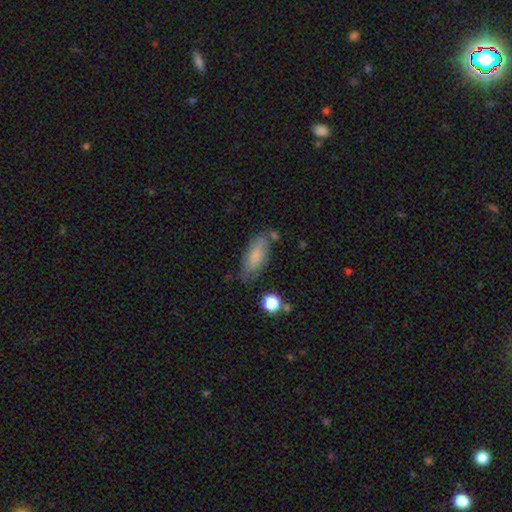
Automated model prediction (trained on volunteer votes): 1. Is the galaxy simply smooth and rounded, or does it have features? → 75% smooth, 18% featured or disk, 7% star or artifact.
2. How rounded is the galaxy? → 85% in between, 13% cigar-shaped, 3% round.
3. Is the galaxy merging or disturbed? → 62% none, 25% minor disturbance, 7% major disturbance, 6% merger.